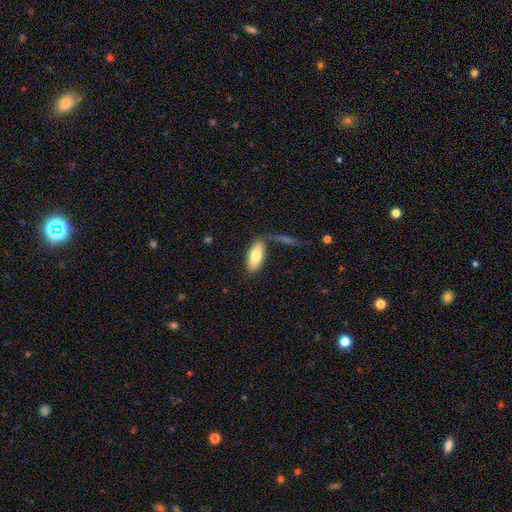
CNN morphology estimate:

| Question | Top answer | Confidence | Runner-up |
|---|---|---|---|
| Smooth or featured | smooth | 77% | featured or disk (17%) |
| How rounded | in between | 82% | cigar-shaped (16%) |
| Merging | none | 65% | minor disturbance (17%) |